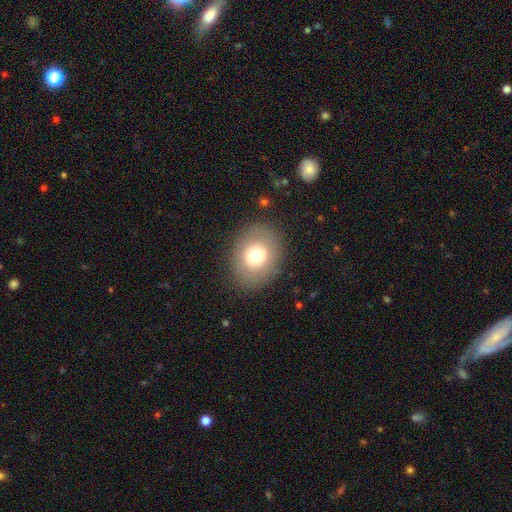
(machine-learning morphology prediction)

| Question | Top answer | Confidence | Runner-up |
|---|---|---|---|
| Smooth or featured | smooth | 72% | featured or disk (16%) |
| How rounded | round | 52% | in between (47%) |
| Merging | none | 86% | minor disturbance (9%) |